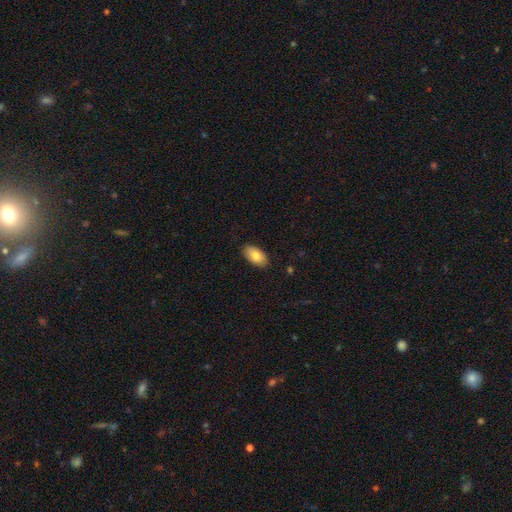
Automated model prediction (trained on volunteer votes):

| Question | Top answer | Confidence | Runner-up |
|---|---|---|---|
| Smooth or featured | smooth | 82% | featured or disk (11%) |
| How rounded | in between | 95% | round (3%) |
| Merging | none | 87% | minor disturbance (10%) |